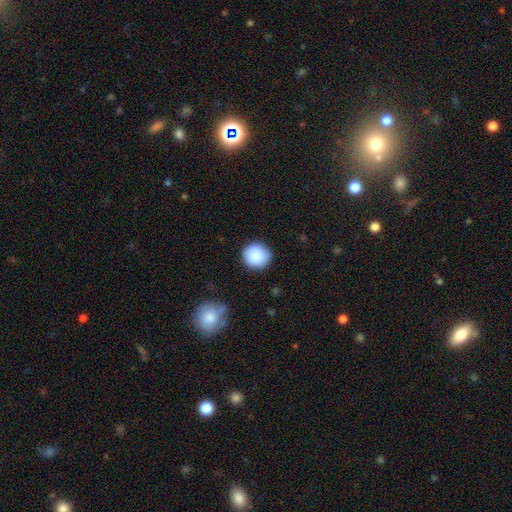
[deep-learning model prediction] Smooth or featured: smooth — 88% (star or artifact — 7%)
How rounded: round — 90% (in between — 9%)
Merging: none — 85% (minor disturbance — 11%)